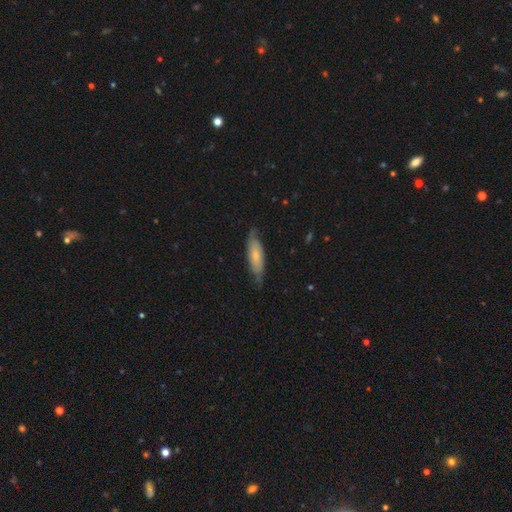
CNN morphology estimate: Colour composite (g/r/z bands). It shows a smooth galaxy with no disk features (54%) that is in between round and cigar-shaped (51%). Merging: none (69%).